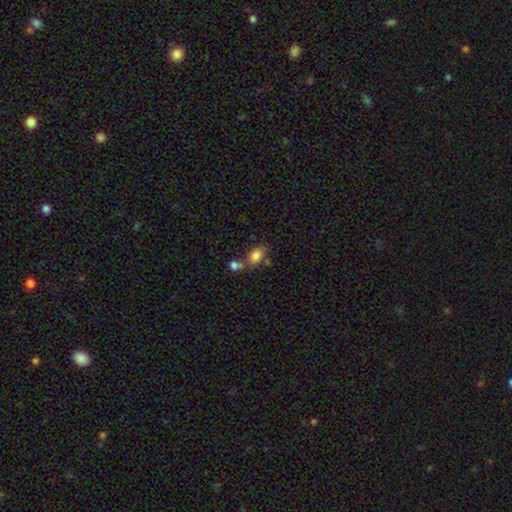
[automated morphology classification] smooth 82%, star or artifact 10%, featured or disk 8%. Down the decision tree: how rounded — in between (82%); merging — none (48%).